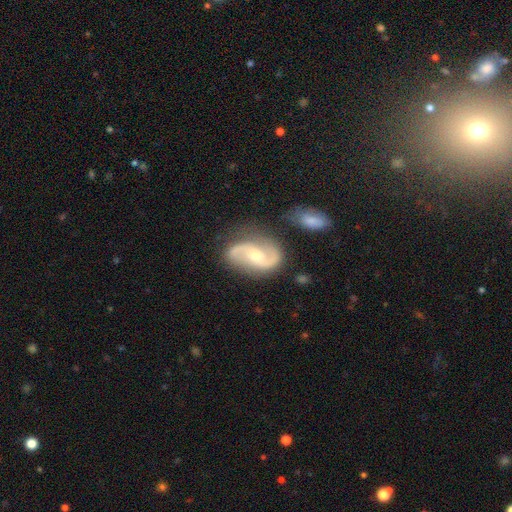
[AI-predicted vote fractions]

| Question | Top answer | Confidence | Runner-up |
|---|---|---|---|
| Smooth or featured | featured or disk | 88% | smooth (7%) |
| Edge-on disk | no | 97% | yes (3%) |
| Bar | no | 51% | weak (37%) |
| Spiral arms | yes | 97% | no (3%) |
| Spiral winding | medium | 45% | loose (44%) |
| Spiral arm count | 2 | 93% | can't tell (2%) |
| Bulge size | moderate | 58% | small (38%) |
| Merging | none | 72% | minor disturbance (17%) |